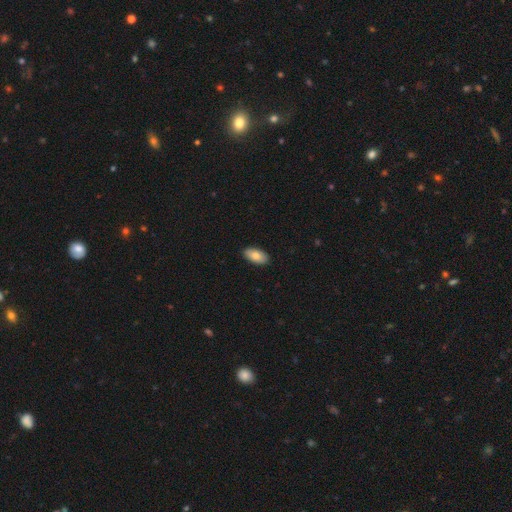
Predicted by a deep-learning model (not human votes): This appears to be a smooth galaxy with no disk features (82%) that is in between round and cigar-shaped (95%). Merging: none (90%).